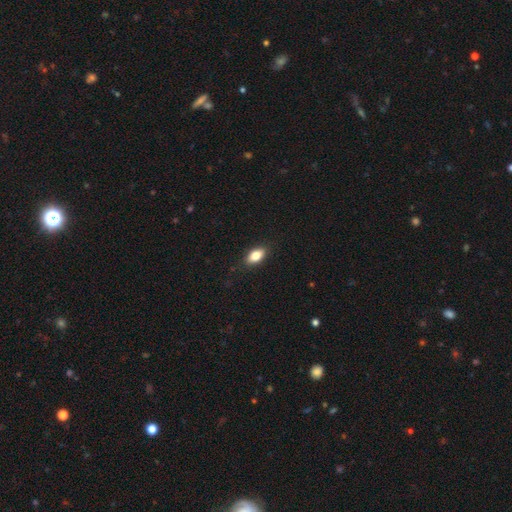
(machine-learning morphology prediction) Q: Smooth or featured?
A: smooth (81%); runner-up: featured or disk (11%)
Q: How rounded?
A: in between (88%); runner-up: round (6%)
Q: Merging?
A: none (87%); runner-up: minor disturbance (10%)